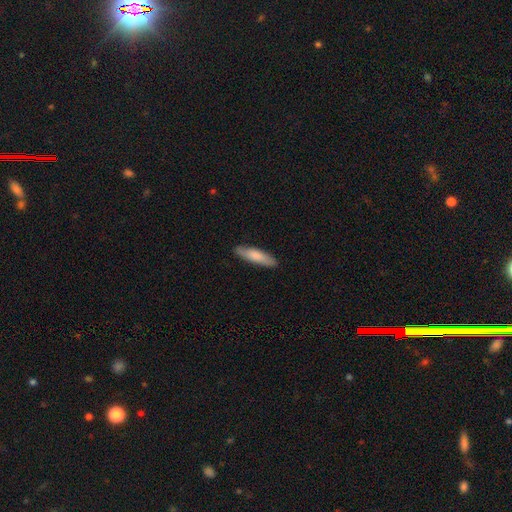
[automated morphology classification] A smooth galaxy with no disk features (78%) that is cigar-shaped (72%). Merging: none (87%).